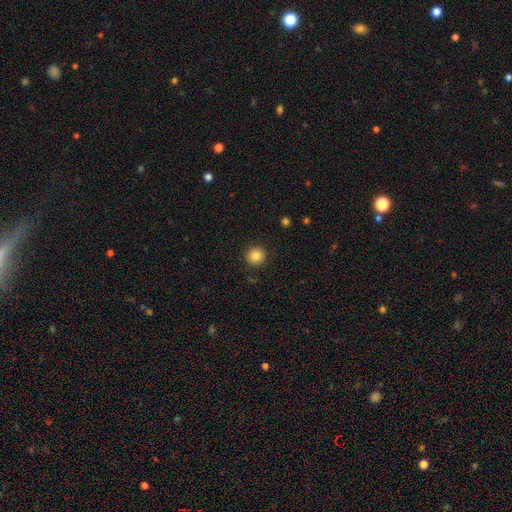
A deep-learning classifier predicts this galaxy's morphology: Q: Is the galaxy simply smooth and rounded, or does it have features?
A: smooth — 84%.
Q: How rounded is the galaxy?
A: round — 95%.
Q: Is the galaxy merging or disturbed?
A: none — 91%.